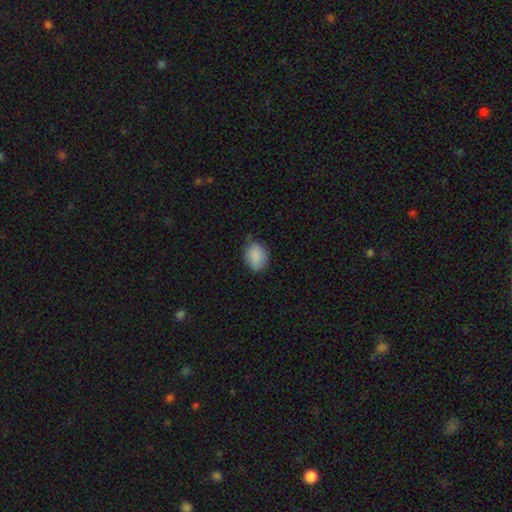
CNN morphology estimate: Smooth or featured? Predicted: smooth (p=0.87). How rounded? Predicted: in between (p=0.60). Merging? Predicted: none (p=0.69).